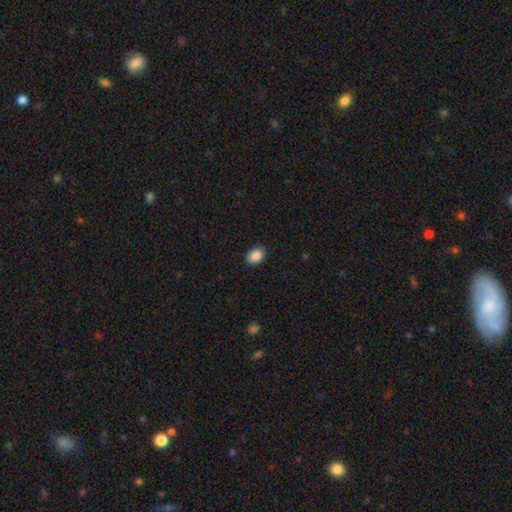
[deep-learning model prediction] Morphology: type=smooth (89%); roundness=in between (77%); merging=none (89%).